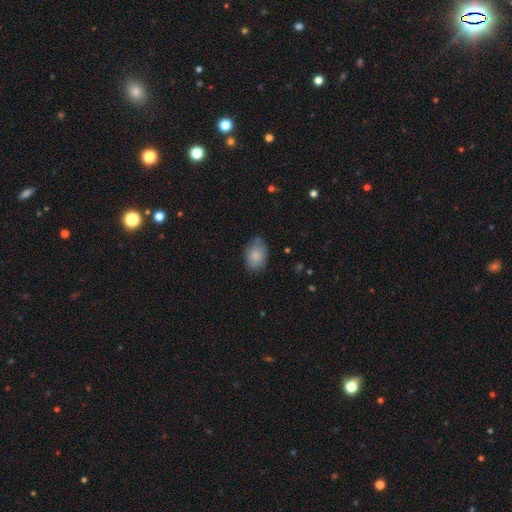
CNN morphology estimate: This appears to be a smooth galaxy with no disk features (85%) that is in between round and cigar-shaped (77%). Merging: none (72%).